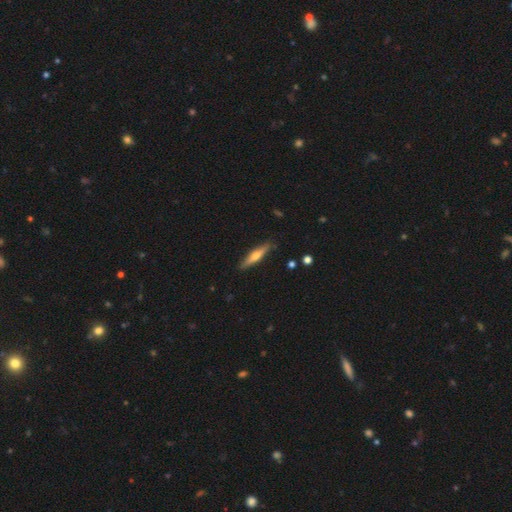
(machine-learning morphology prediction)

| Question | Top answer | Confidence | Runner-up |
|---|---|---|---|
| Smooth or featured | smooth | 47% | tied: featured or disk (47%) |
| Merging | none | 87% | minor disturbance (10%) |